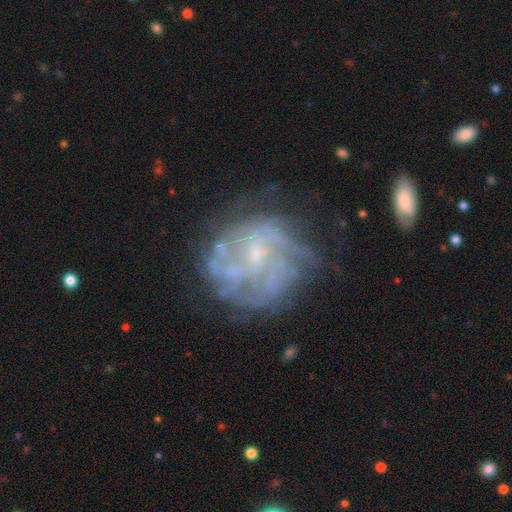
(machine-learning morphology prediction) The model was most divided on "spiral winding": tight: 45%, medium: 36%, loose: 18%. Remaining: edge-on disk — no (98%); smooth or featured — featured or disk (78%); spiral arms — yes (78%); bulge size — small (72%); bar — no (60%); merging — none (59%); spiral arm count — can't tell (45%).